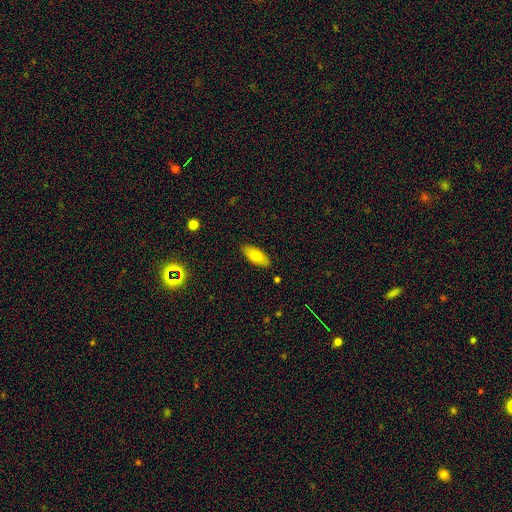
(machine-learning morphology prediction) smooth_or_featured: smooth (p=0.75) [alt: featured or disk p=0.18]
how_rounded: in between (p=0.85) [alt: cigar-shaped p=0.12]
merging: none (p=0.87) [alt: minor disturbance p=0.10]